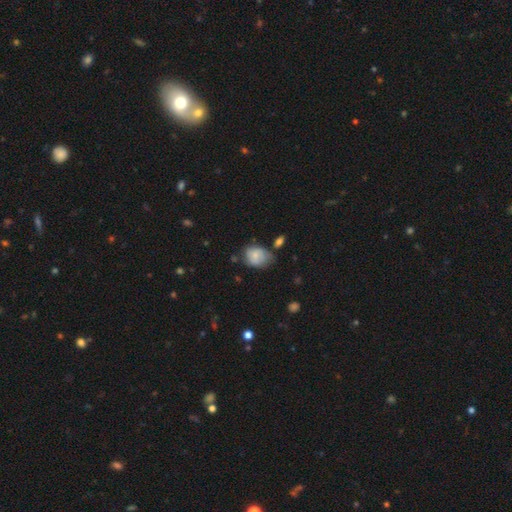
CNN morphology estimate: smooth-or-featured: smooth: 66% | featured or disk: 26% | star or artifact: 8%
  how-rounded: in between: 56% | round: 43% | cigar-shaped: 1%
  merging: none: 46% | minor disturbance: 35% | major disturbance: 12% | merger: 7%